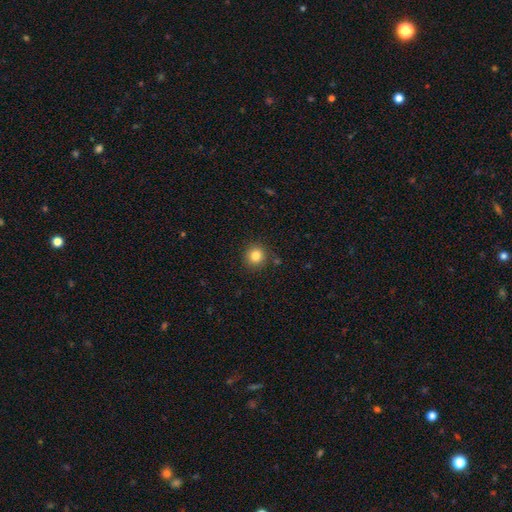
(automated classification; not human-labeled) This is clearly a smooth galaxy (84%). How rounded: clearly round (91%). Merging: clearly none (87%).